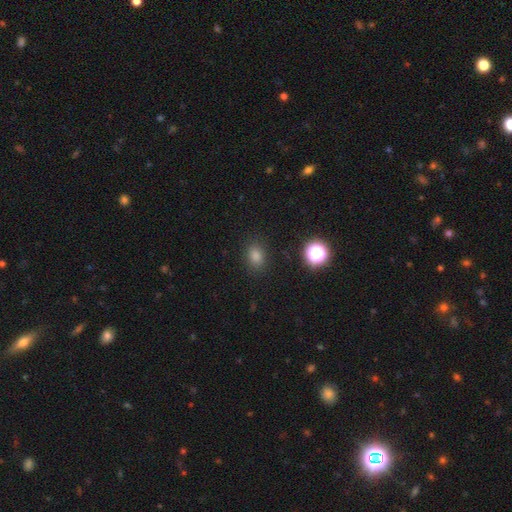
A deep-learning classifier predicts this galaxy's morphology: A smooth galaxy with no disk features (78%) that is in between round and cigar-shaped (51%).

Vote fractions:
- Smooth or featured? smooth: 78% / star or artifact: 17% / featured or disk: 5%
- How rounded? in between: 51% / round: 48% / cigar-shaped: 1%
- Merging? none: 88% / minor disturbance: 8% / major disturbance: 3% / merger: 2%